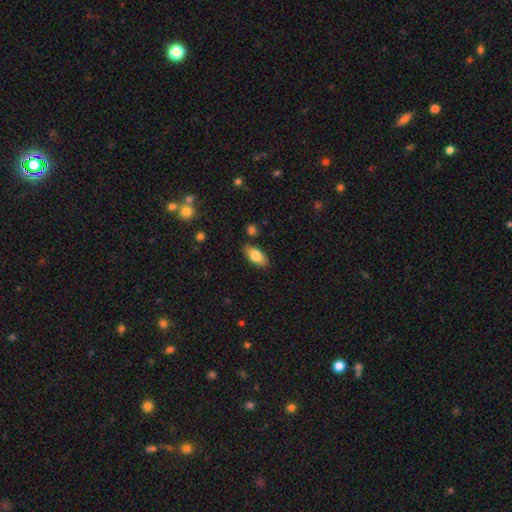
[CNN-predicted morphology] A smooth galaxy with no disk features (78%) that is in between round and cigar-shaped (88%). Merging: none (84%).